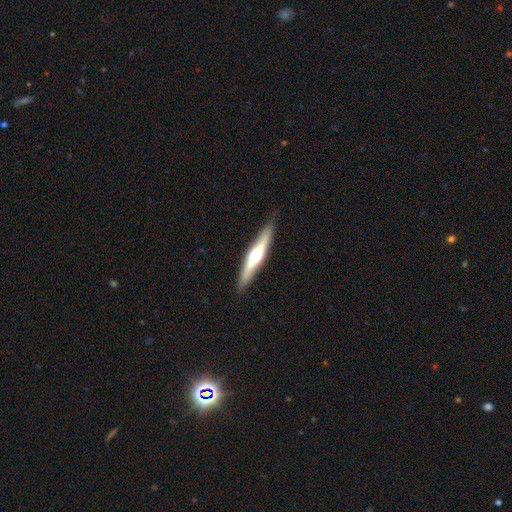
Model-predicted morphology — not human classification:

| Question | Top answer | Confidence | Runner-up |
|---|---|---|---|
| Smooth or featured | featured or disk | 65% | smooth (30%) |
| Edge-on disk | yes | 95% | no (5%) |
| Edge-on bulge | rounded | 91% | none (5%) |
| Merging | none | 87% | minor disturbance (10%) |